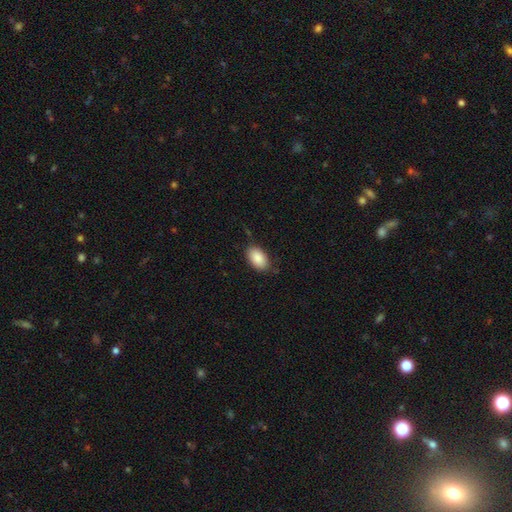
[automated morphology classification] The model was most divided on "merging": none: 80%, minor disturbance: 15%, major disturbance: 3%, merger: 1%. More confident: how rounded — in between (93%); smooth or featured — smooth (88%).